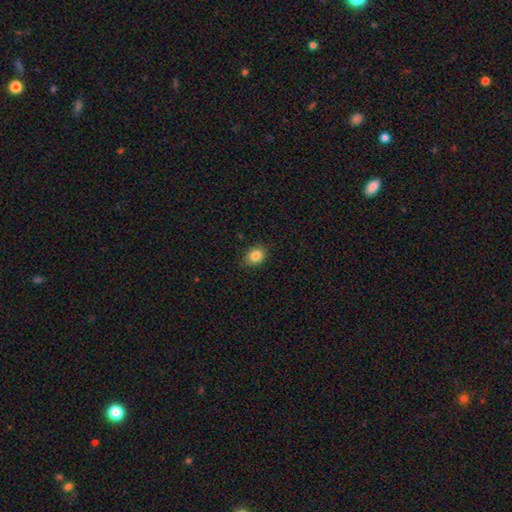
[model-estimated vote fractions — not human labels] Overall: smooth (85%). How rounded: round (52%; in between 47%). Merging: none (87%).